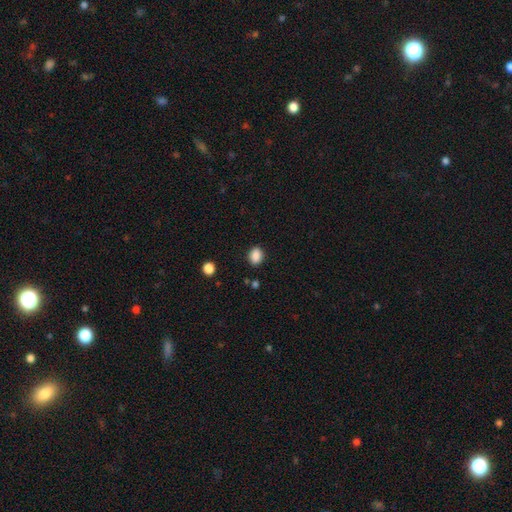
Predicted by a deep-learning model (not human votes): Smooth or featured? smooth (88%)
How rounded? in between (62%)
Merging? none (85%)